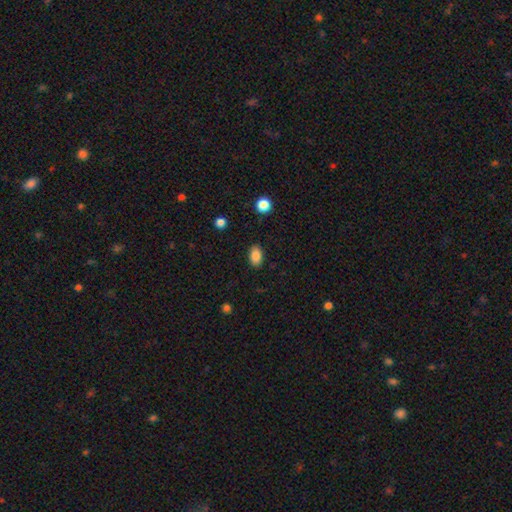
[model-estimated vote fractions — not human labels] This is clearly a smooth galaxy (86%). How rounded: clearly in between (88%). Merging: clearly none (87%).